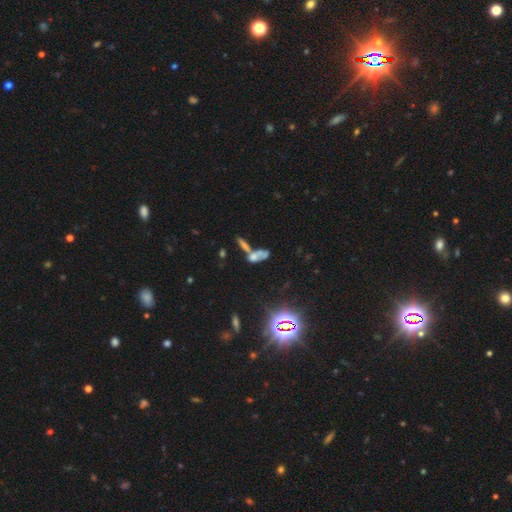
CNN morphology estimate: smooth 47%, featured or disk 32%, star or artifact 21%. Down the decision tree: merging — merger (61%).